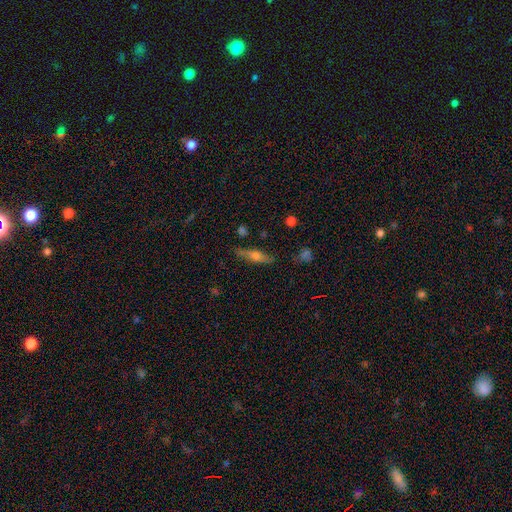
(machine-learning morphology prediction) This is possibly a smooth galaxy (48%). Merging: clearly none (80%).